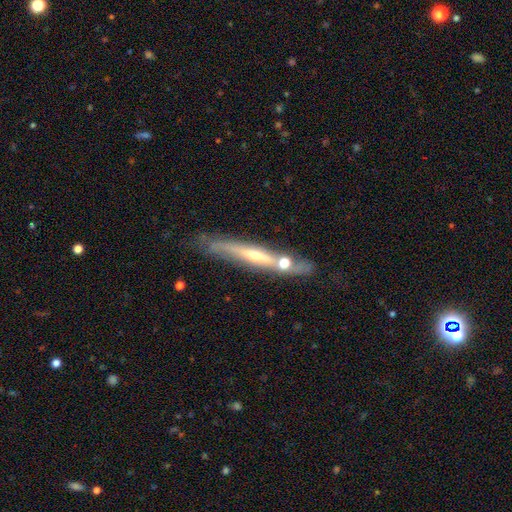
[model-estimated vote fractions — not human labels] featured or disk 70%, smooth 22%, star or artifact 7%. Down the decision tree: edge-on disk — yes (86%); edge-on bulge — rounded (70%); merging — none (63%).